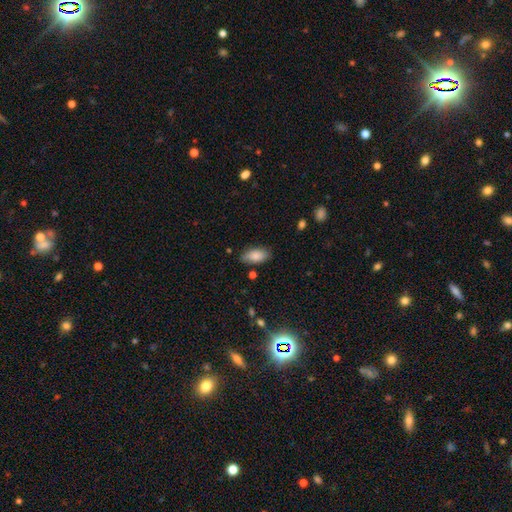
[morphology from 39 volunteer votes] Overall: smooth (85%). How rounded: in between (85%). Merging: none (86%).